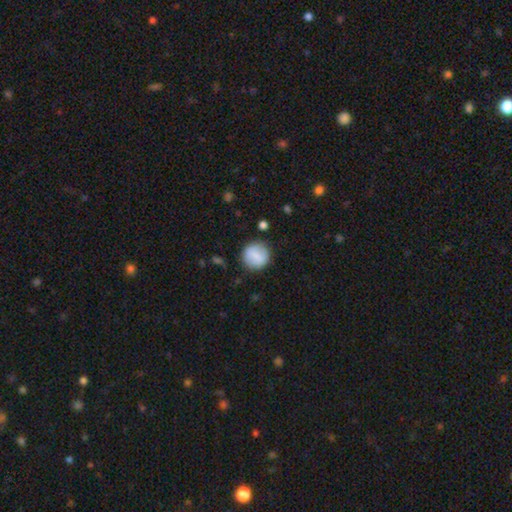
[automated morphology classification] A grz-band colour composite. It shows a smooth galaxy with no disk features (76%) that is round (90%). Merging: none (86%).